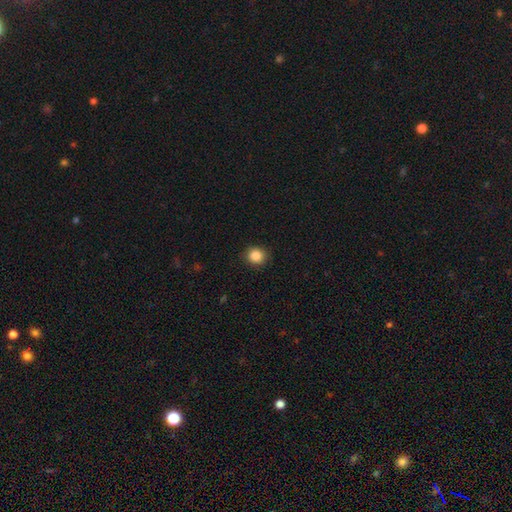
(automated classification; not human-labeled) The model was most divided on "how rounded": round: 83%, in between: 16%, cigar-shaped: 1%. More confident: merging — none (88%); smooth or featured — smooth (86%).